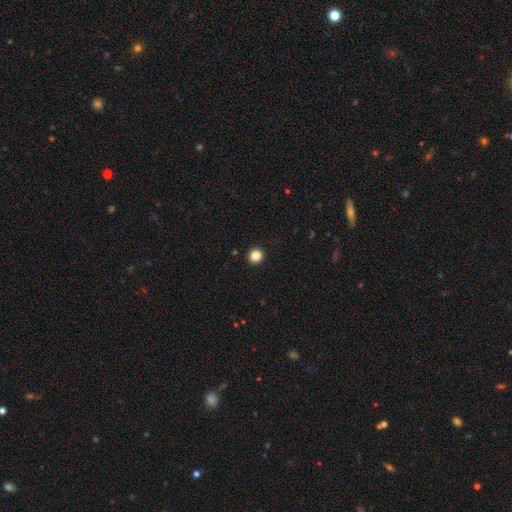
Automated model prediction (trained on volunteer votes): smooth_or_featured: smooth (p=0.85) [alt: star or artifact p=0.11]
how_rounded: round (p=0.94) [alt: in between p=0.05]
merging: none (p=0.93) [alt: minor disturbance p=0.04]